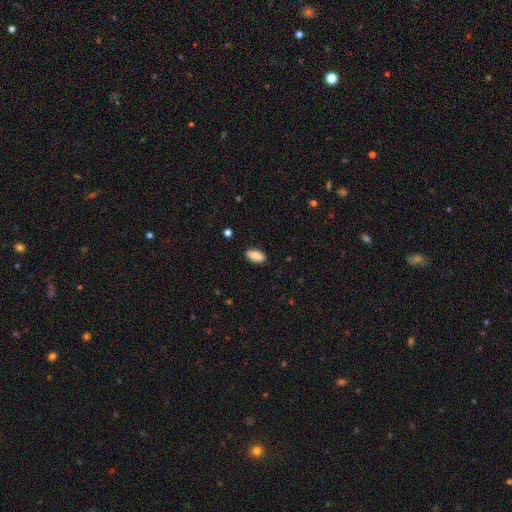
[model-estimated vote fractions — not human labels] Smooth or featured: smooth — 85% (featured or disk — 8%)
How rounded: in between — 93% (cigar-shaped — 4%)
Merging: none — 87% (minor disturbance — 10%)